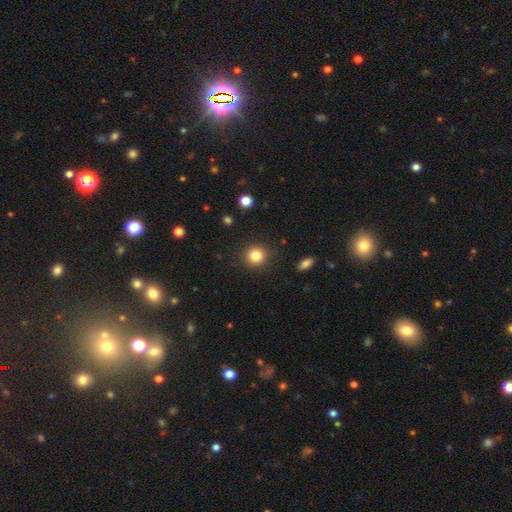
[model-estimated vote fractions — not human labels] Smooth or featured? Predicted: smooth (p=0.83). How rounded? Predicted: round (p=0.91). Merging? Predicted: none (p=0.90).